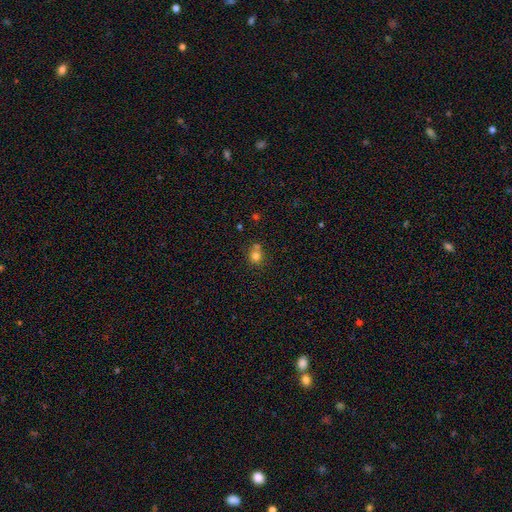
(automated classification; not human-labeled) The model was most divided on "merging": none: 53%, merger: 29%, minor disturbance: 13%, major disturbance: 4%. More confident: how rounded — round (79%); smooth or featured — smooth (78%).